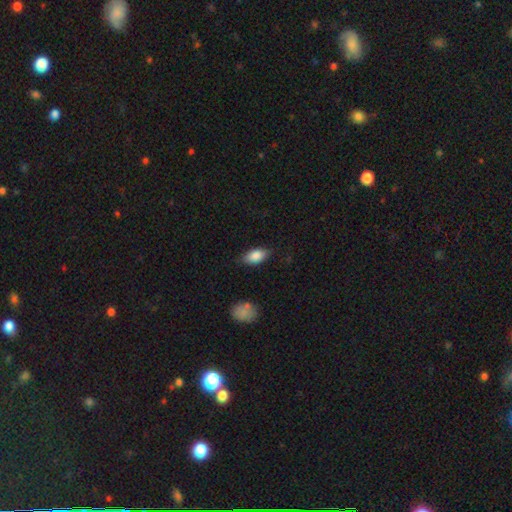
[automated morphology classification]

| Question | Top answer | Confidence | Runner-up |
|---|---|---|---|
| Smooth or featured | smooth | 84% | featured or disk (9%) |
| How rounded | in between | 89% | cigar-shaped (6%) |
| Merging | none | 78% | minor disturbance (17%) |